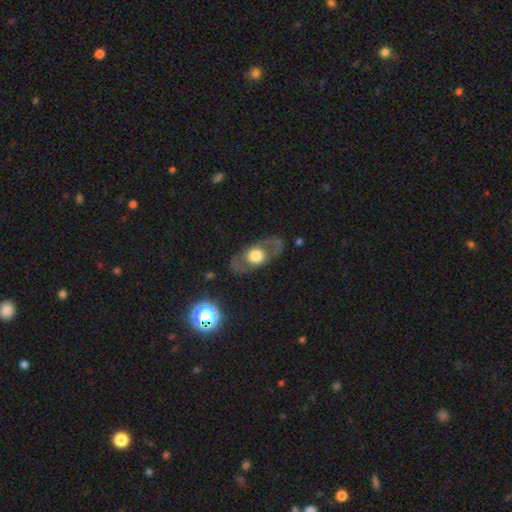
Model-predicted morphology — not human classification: type=featured or disk (56%); edge-on=no (79%); merging=none (78%).